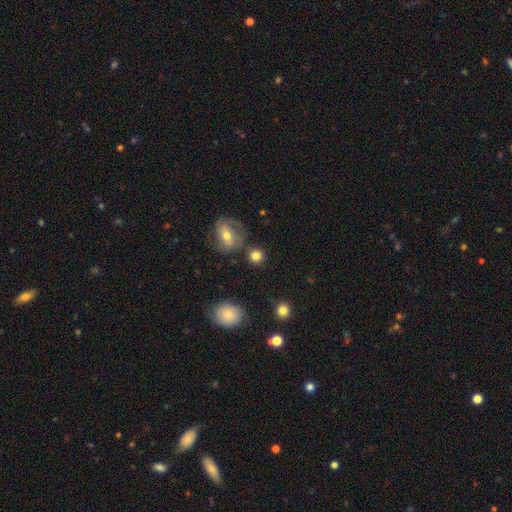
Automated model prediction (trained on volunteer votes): Morphology: type=smooth (82%); roundness=round (88%); merging=none (78%).